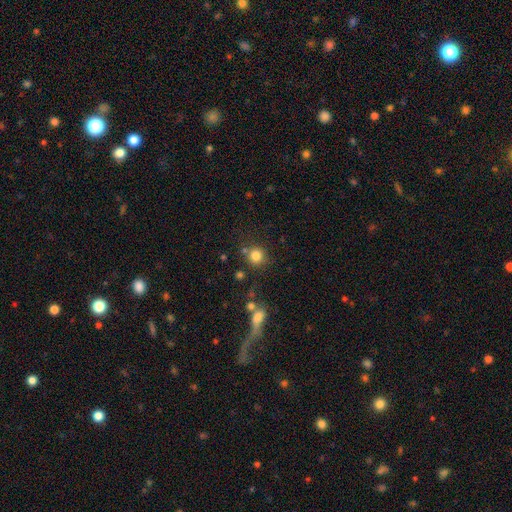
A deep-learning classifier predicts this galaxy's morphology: The model was most divided on "merging": none: 75%, merger: 11%, minor disturbance: 10%, major disturbance: 5%. More confident: how rounded — round (92%); smooth or featured — smooth (82%).